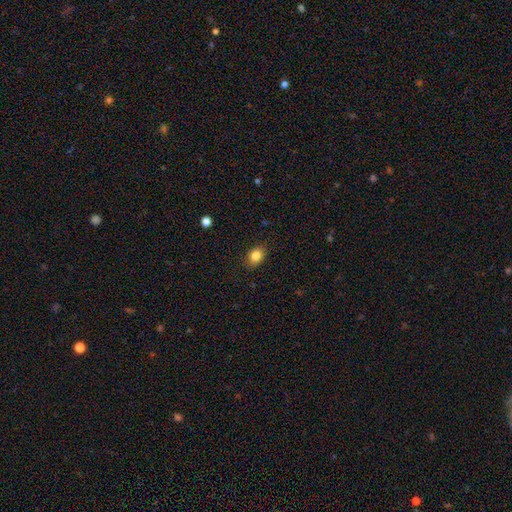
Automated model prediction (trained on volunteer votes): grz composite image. It shows a smooth galaxy with no disk features (84%) that is in between round and cigar-shaped (63%). Merging: none (87%).